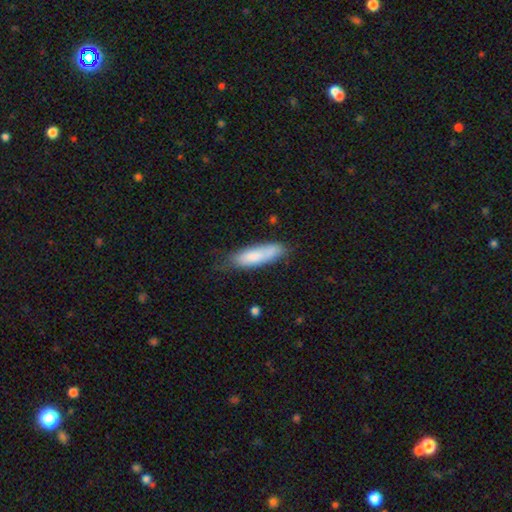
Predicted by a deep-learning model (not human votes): A smooth galaxy with no disk features (80%) that is cigar-shaped (60%). Merging: none (65%).